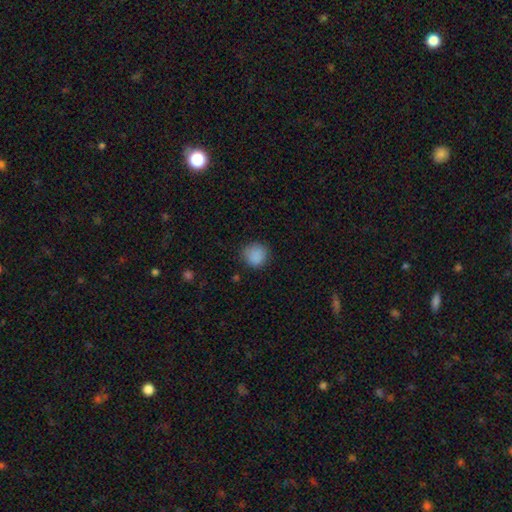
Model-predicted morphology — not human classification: smooth_or_featured: smooth (p=0.88) [alt: star or artifact p=0.09]
how_rounded: round (p=0.91) [alt: in between p=0.08]
merging: none (p=0.84) [alt: minor disturbance p=0.12]